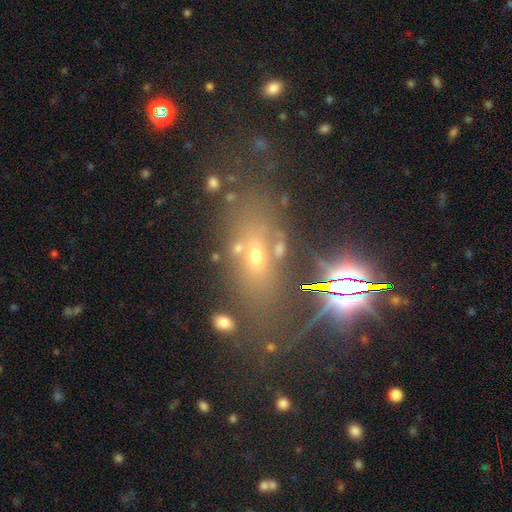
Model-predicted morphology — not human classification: A smooth galaxy with no disk features (48%).

Vote fractions:
- Smooth or featured? smooth: 48% / star or artifact: 28% / featured or disk: 24%
- Merging? none: 60% / minor disturbance: 16% / merger: 13% / major disturbance: 11%